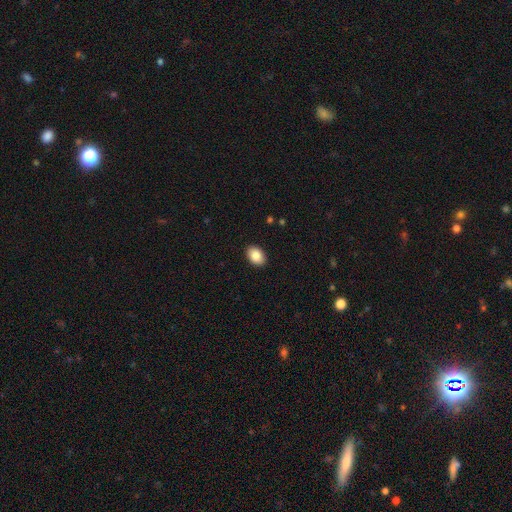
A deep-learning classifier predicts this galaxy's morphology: Smooth or featured? Predicted: smooth (p=0.88). How rounded? Predicted: in between (p=0.83). Merging? Predicted: none (p=0.90).